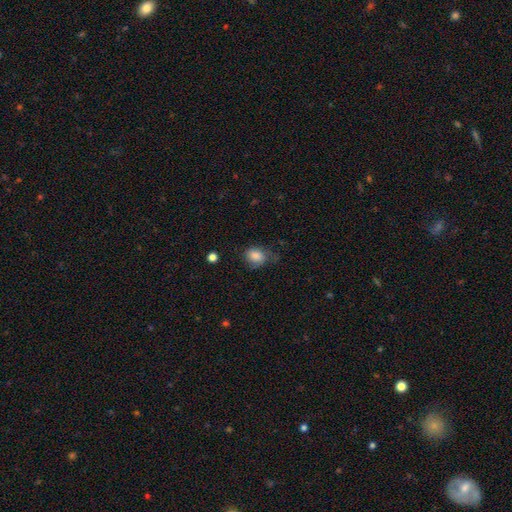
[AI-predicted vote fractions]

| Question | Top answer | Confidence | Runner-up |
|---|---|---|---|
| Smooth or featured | smooth | 81% | featured or disk (10%) |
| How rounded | in between | 55% | round (44%) |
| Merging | none | 51% | minor disturbance (32%) |